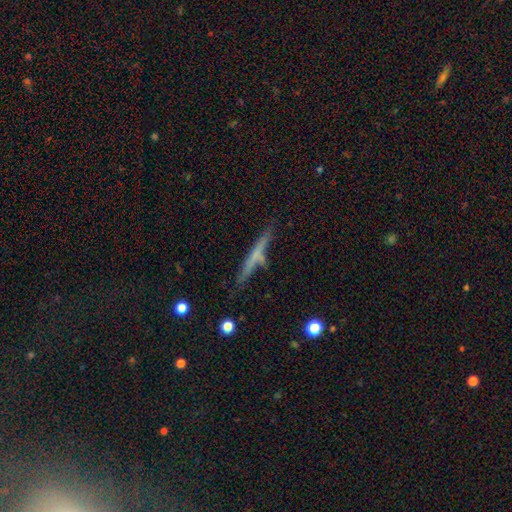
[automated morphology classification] This appears to be a smooth galaxy with no disk features (47%). Merging: none (70%).